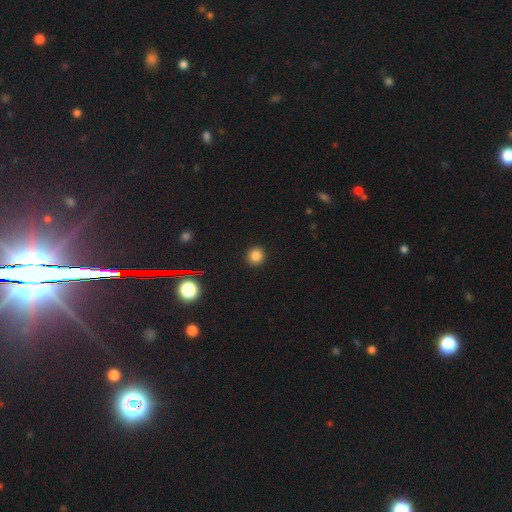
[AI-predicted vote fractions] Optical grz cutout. It shows a smooth galaxy with no disk features (83%) that is round (92%). Merging: none (93%).